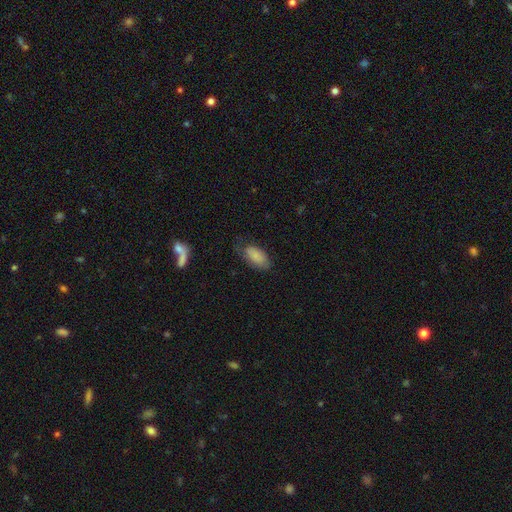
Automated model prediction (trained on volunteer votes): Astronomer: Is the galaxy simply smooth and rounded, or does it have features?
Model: smooth — 84%.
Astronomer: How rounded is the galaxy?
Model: in between — 93%.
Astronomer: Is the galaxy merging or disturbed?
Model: none — 62%.